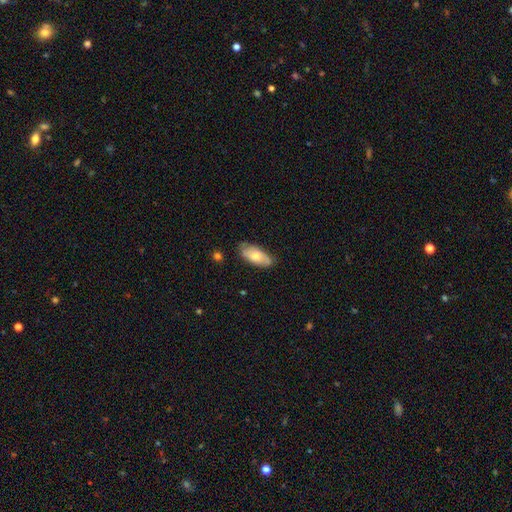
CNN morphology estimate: A smooth galaxy with no disk features (58%) that is in between round and cigar-shaped (86%). Merging: none (73%).